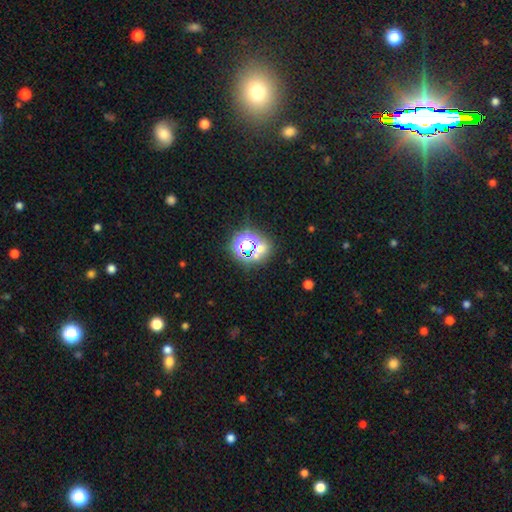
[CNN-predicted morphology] type=star or artifact (63%).